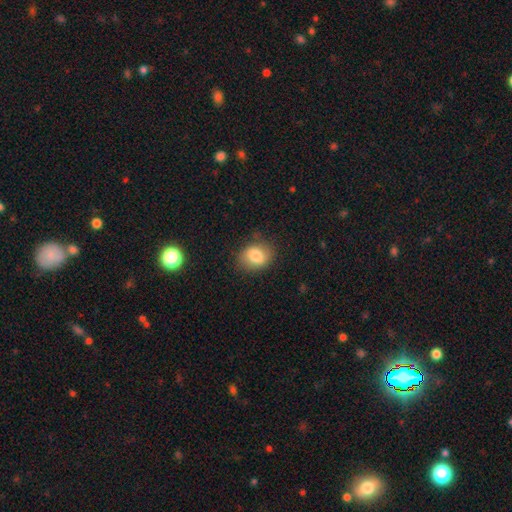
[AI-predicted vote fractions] This is clearly a smooth galaxy (81%). How rounded: possibly in between (54%). Merging: likely none (75%).